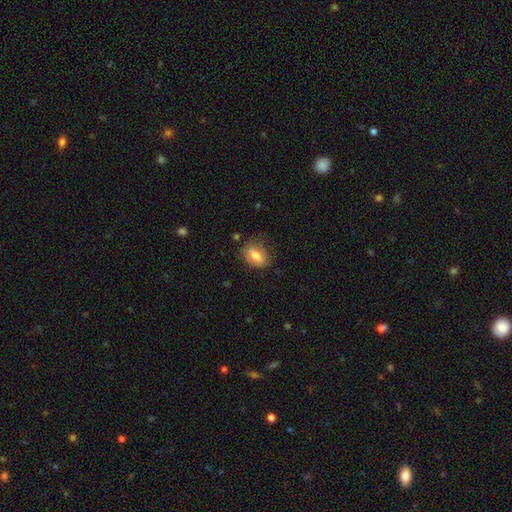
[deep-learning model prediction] Q: Smooth or featured?
A: smooth (69%); runner-up: featured or disk (23%)
Q: How rounded?
A: in between (81%); runner-up: round (16%)
Q: Merging?
A: none (63%); runner-up: minor disturbance (26%)